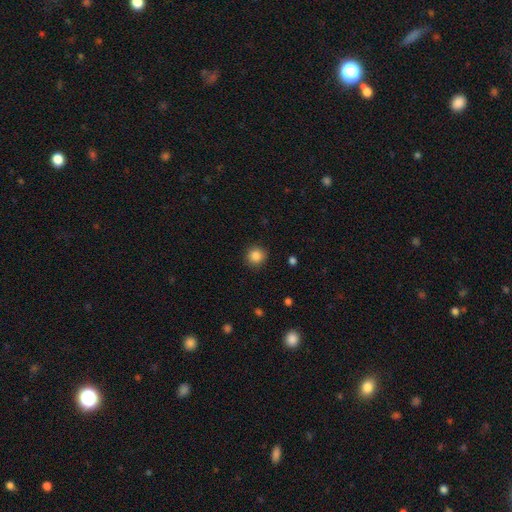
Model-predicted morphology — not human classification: Smooth or featured: smooth — 86% (star or artifact — 10%)
How rounded: round — 92% (in between — 7%)
Merging: none — 89% (minor disturbance — 7%)